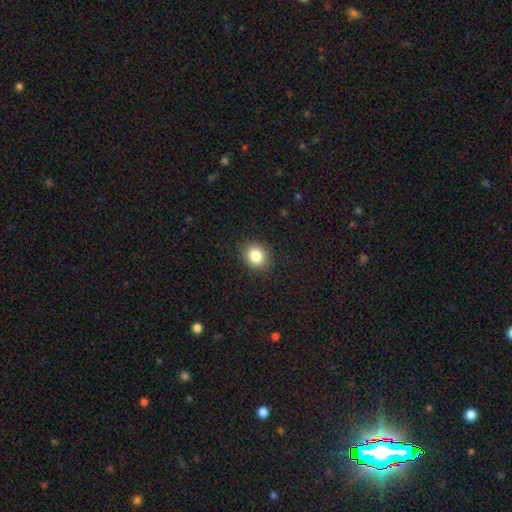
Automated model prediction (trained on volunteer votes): smooth-or-featured: smooth: 84% | star or artifact: 10% | featured or disk: 6%
  how-rounded: round: 66% | in between: 33% | cigar-shaped: 1%
  merging: none: 89% | minor disturbance: 7% | major disturbance: 2% | merger: 1%